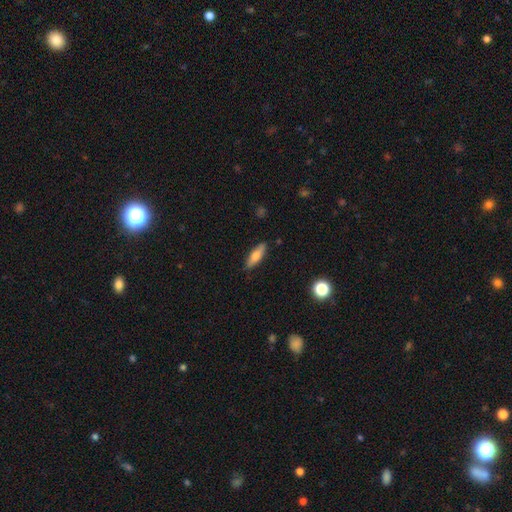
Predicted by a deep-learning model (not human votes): Morphology: type=smooth (70%); roundness=cigar-shaped (54%); merging=none (86%).